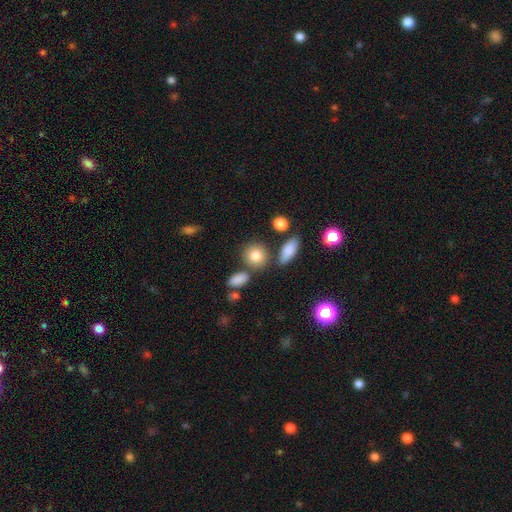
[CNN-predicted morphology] This appears to be a smooth galaxy with no disk features (82%) that is round (71%). Merging: none (74%).